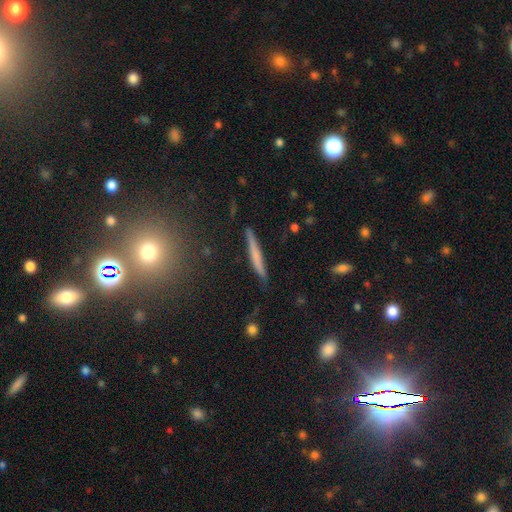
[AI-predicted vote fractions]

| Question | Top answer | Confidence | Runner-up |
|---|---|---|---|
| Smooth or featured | smooth | 56% | featured or disk (37%) |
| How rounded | cigar-shaped | 95% | in between (3%) |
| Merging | none | 87% | minor disturbance (9%) |